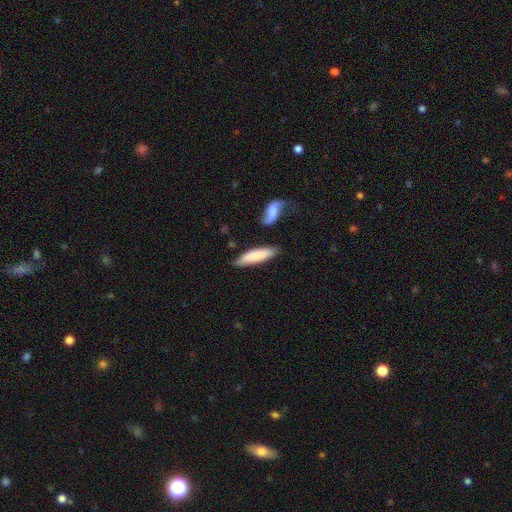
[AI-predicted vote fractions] Morphology: type=smooth (79%); roundness=cigar-shaped (65%); merging=none (74%).